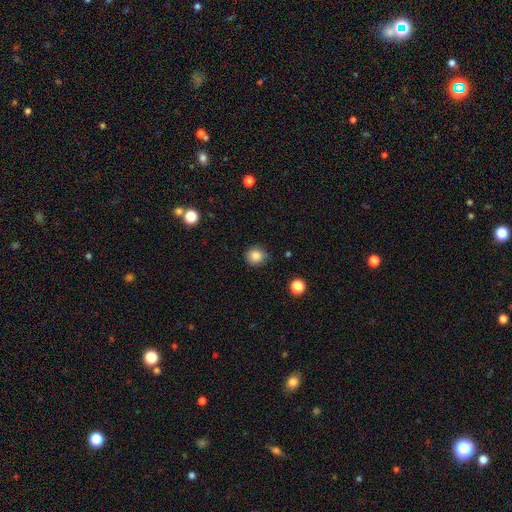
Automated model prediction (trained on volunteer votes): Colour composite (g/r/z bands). It shows a smooth galaxy with no disk features (85%) that is round (89%). Merging: none (84%).